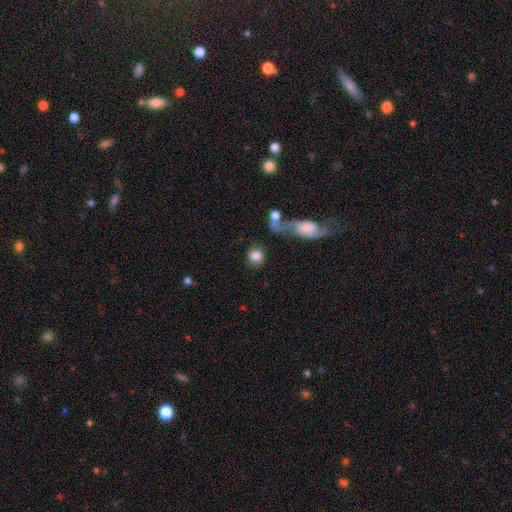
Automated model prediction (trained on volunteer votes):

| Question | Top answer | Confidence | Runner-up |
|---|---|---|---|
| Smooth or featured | smooth | 82% | featured or disk (10%) |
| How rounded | round | 84% | in between (14%) |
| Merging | none | 65% | merger (16%) |